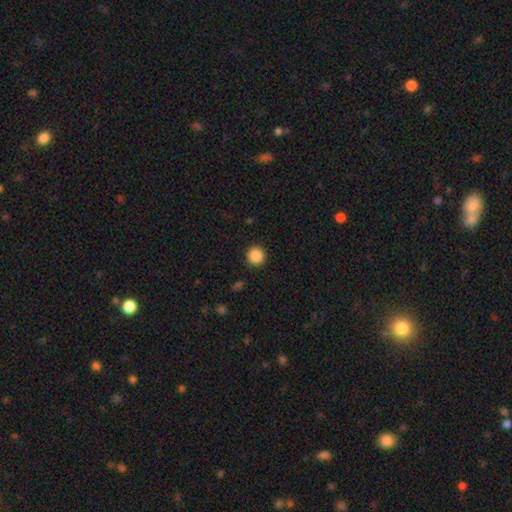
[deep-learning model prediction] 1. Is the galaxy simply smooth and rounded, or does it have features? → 88% smooth, 9% star or artifact, 3% featured or disk.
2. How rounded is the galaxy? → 94% round, 5% in between, 1% cigar-shaped.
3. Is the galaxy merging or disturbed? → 92% none, 5% minor disturbance, 2% major disturbance, 1% merger.